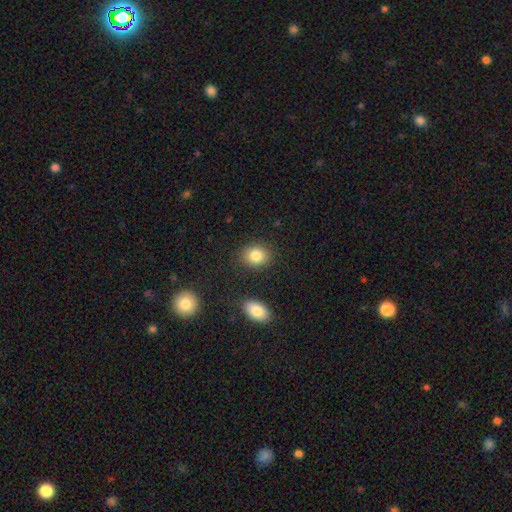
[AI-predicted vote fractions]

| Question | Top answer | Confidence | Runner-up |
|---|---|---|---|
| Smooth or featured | smooth | 84% | star or artifact (9%) |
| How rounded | round | 55% | in between (44%) |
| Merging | none | 85% | minor disturbance (9%) |